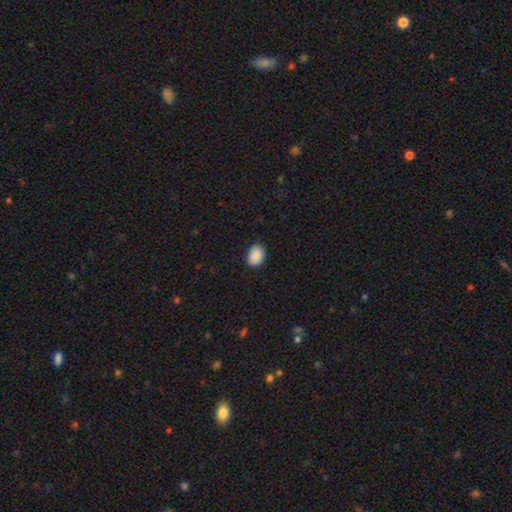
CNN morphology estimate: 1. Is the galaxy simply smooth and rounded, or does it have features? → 90% smooth, 7% star or artifact, 3% featured or disk.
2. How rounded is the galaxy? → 74% in between, 25% round, 1% cigar-shaped.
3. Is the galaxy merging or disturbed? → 87% none, 10% minor disturbance, 2% major disturbance, 1% merger.